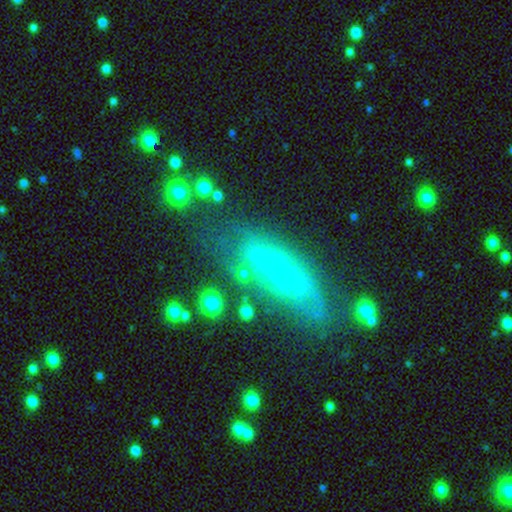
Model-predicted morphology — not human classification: This is marginally a smooth galaxy (42%). Merging: likely none (65%).